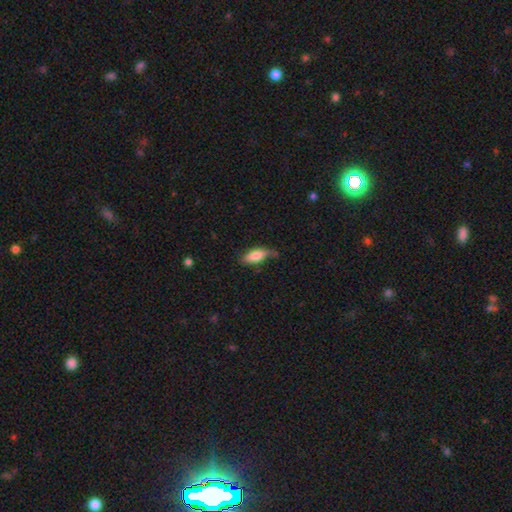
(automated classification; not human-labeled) Smooth or featured? Predicted: smooth (p=0.77). How rounded? Predicted: in between (p=0.75). Merging? Predicted: none (p=0.58).